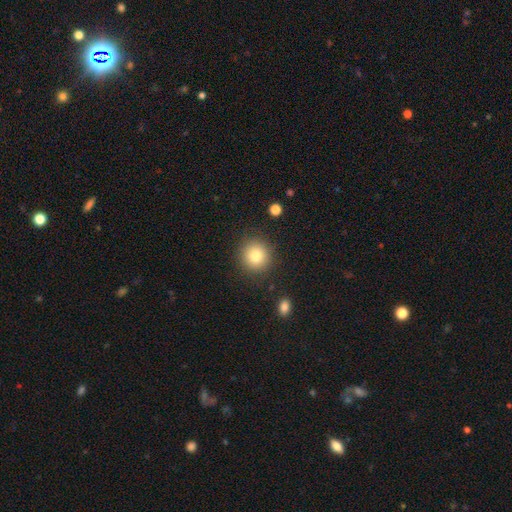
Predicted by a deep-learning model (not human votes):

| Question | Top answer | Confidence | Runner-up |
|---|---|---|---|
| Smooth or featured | smooth | 80% | star or artifact (11%) |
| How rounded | round | 92% | in between (7%) |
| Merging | none | 88% | minor disturbance (8%) |